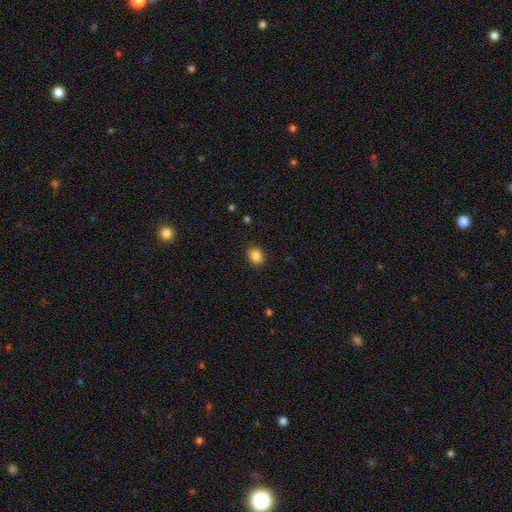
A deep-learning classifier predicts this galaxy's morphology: smooth_or_featured: smooth (p=0.87) [alt: star or artifact p=0.10]
how_rounded: in between (p=0.52) [alt: round p=0.47]
merging: none (p=0.90) [alt: minor disturbance p=0.07]